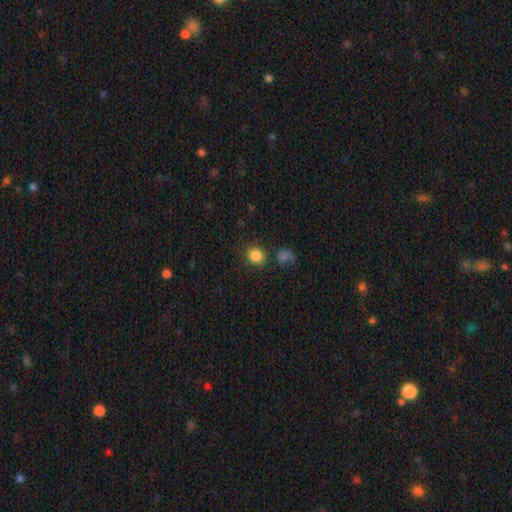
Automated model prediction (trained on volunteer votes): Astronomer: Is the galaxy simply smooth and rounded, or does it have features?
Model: smooth — 84%.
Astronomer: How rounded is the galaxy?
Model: round — 82%.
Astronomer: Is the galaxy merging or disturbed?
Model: none — 80%.